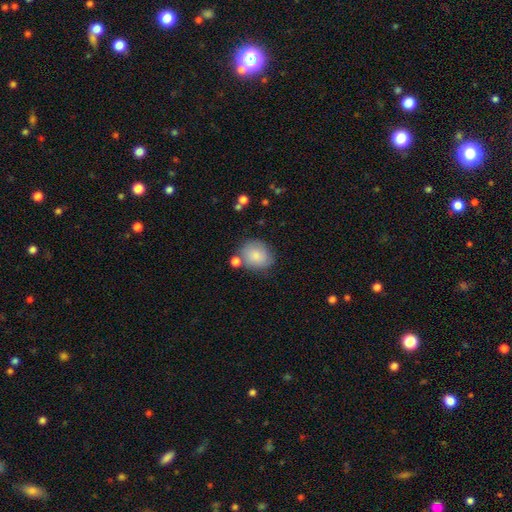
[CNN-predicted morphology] This appears to be a smooth galaxy with no disk features (82%) that is round (62%). Merging: none (65%).